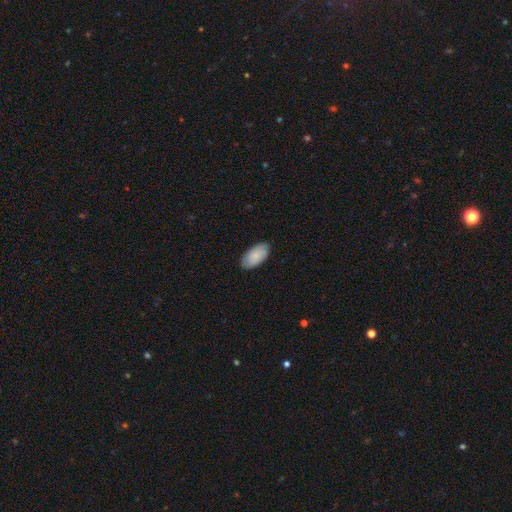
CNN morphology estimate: A smooth galaxy with no disk features (83%) that is in between round and cigar-shaped (95%).

Vote fractions:
- Smooth or featured? smooth: 83% / featured or disk: 11% / star or artifact: 6%
- How rounded? in between: 95% / cigar-shaped: 3% / round: 2%
- Merging? none: 85% / minor disturbance: 12% / major disturbance: 2% / merger: 1%